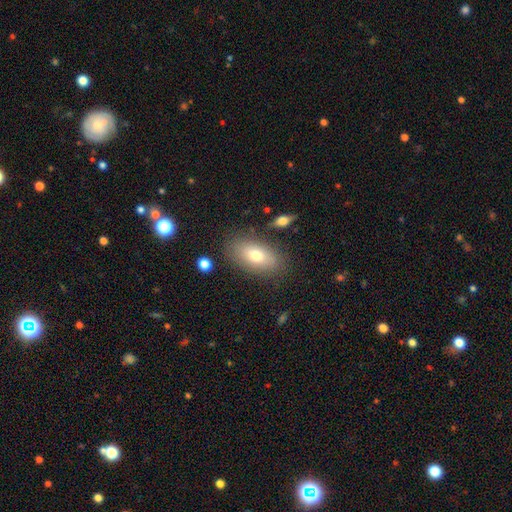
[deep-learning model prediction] Overall: smooth (72%). How rounded: in between (90%). Merging: none (82%).